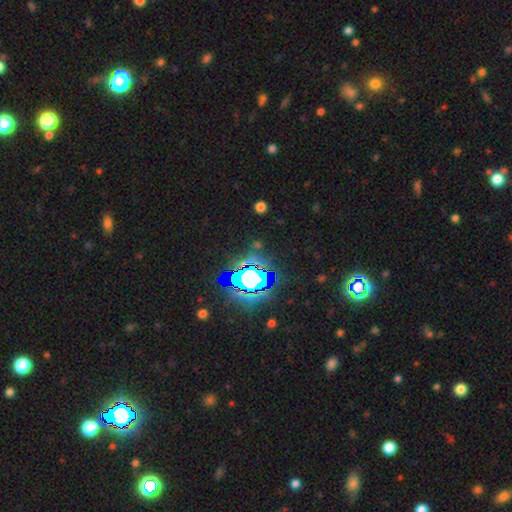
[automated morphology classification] Q: Smooth or featured?
A: star or artifact (81%); runner-up: smooth (11%)